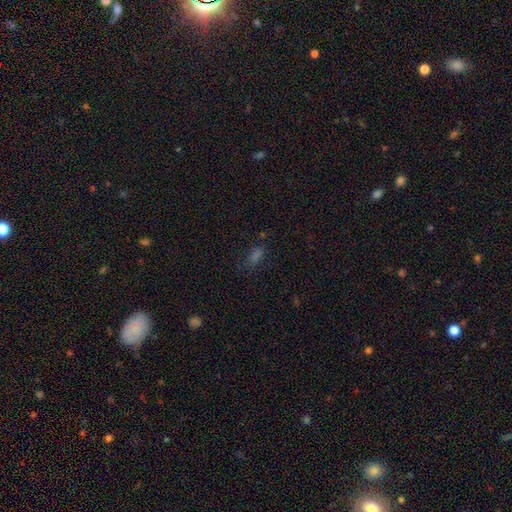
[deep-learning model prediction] Smooth or featured? smooth (59%)
How rounded? in between (74%)
Merging? none (69%)